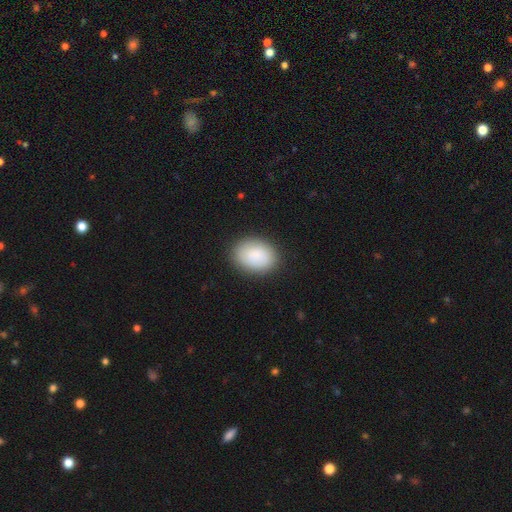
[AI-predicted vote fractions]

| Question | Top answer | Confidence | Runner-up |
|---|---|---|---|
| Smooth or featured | smooth | 87% | featured or disk (7%) |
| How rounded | in between | 78% | round (21%) |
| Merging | none | 86% | minor disturbance (10%) |